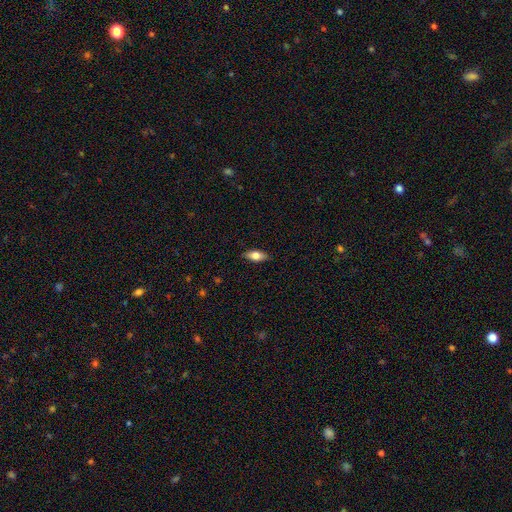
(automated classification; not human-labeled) smooth 68%, featured or disk 25%, star or artifact 7%. Down the decision tree: how rounded — in between (78%); merging — none (86%).